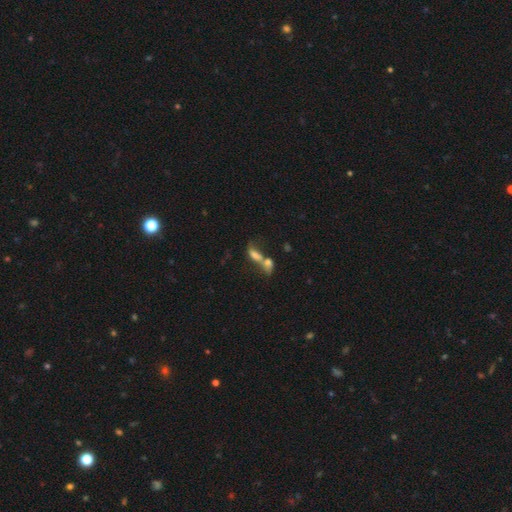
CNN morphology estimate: This is possibly a smooth galaxy (55%). How rounded: likely in between (67%). Merging: likely merger (71%).